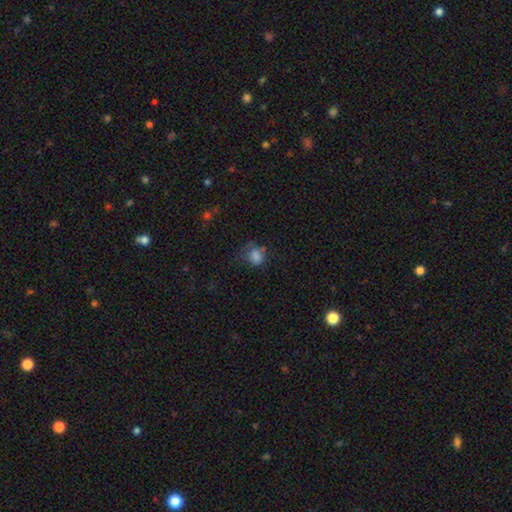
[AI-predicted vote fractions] A smooth galaxy with no disk features (78%) that is round (58%).

Vote fractions:
- Smooth or featured? smooth: 78% / star or artifact: 14% / featured or disk: 8%
- How rounded? round: 58% / in between: 41% / cigar-shaped: 1%
- Merging? none: 48% / minor disturbance: 29% / major disturbance: 18% / merger: 4%